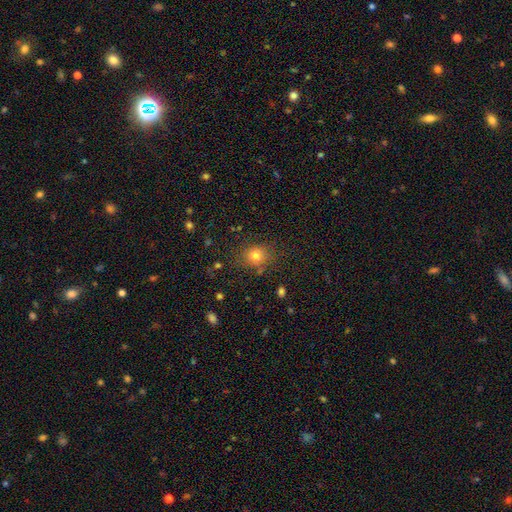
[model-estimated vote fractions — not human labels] This appears to be a smooth galaxy with no disk features (76%) that is round (80%). Merging: none (80%).